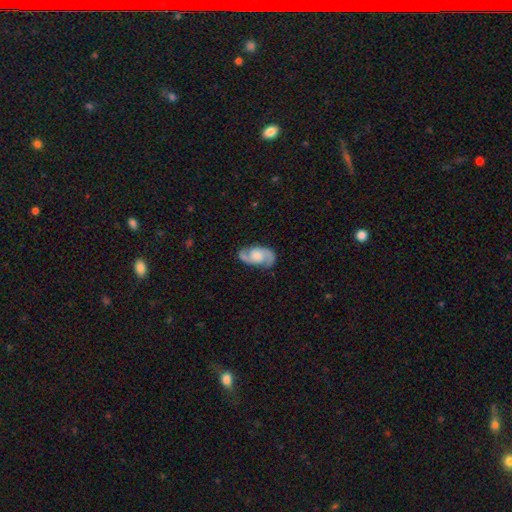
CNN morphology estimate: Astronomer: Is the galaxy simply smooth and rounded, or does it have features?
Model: featured or disk — 86%.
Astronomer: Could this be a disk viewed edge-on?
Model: no — 97%.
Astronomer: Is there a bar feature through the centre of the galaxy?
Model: no — 58% (runner-up: weak, 35%).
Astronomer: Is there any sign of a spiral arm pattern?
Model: yes — 97%.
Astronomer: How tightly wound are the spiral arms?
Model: medium — 54%.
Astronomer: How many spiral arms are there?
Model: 2 — 93%.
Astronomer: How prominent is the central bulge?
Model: moderate — 42% (runner-up: small, 26%).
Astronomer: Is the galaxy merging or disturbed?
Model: none — 82%.